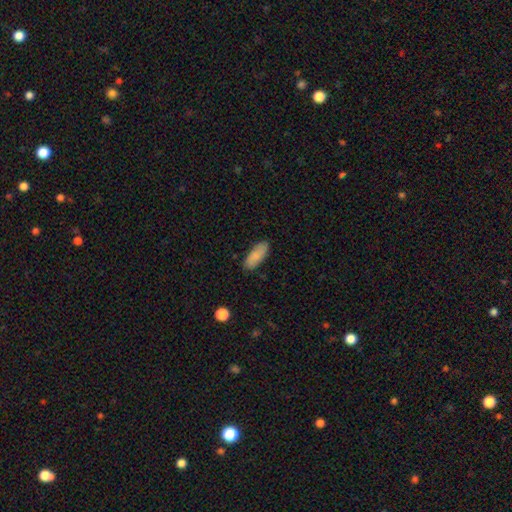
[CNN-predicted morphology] Smooth or featured? smooth (86%)
How rounded? in between (75%)
Merging? none (85%)